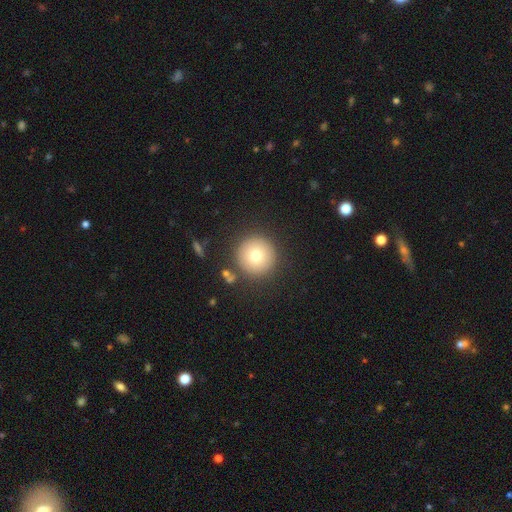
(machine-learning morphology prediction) This is likely a smooth galaxy (74%). How rounded: clearly round (97%). Merging: clearly none (88%).